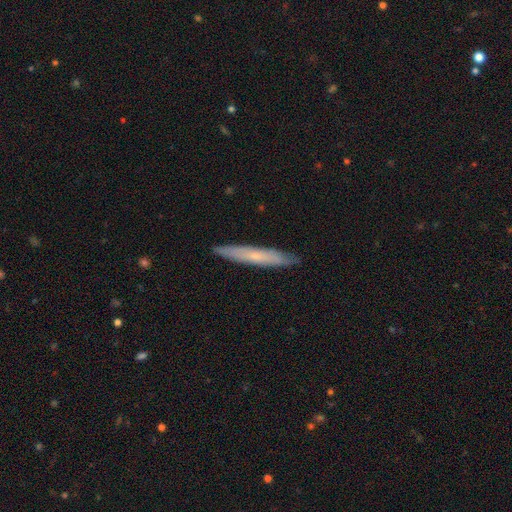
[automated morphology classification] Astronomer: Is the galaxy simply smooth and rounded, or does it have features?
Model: smooth — 54% (runner-up: featured or disk, 40%).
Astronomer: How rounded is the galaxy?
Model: cigar-shaped — 94%.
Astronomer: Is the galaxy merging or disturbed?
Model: none — 89%.